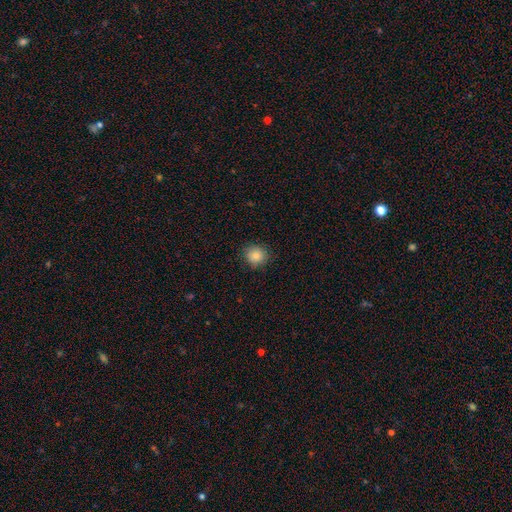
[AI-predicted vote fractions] This appears to be a smooth galaxy with no disk features (83%) that is round (85%). Merging: none (86%).